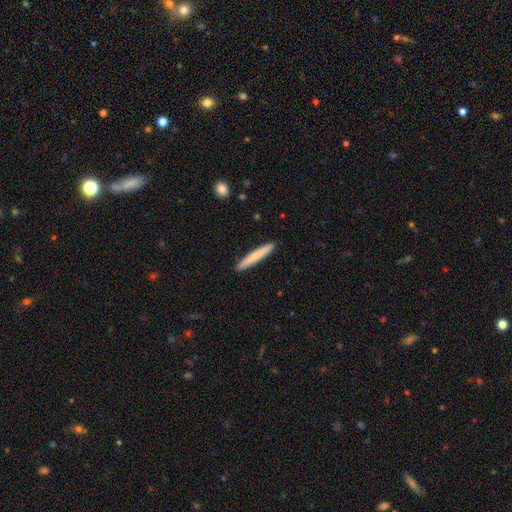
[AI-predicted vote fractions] A smooth galaxy with no disk features (73%) that is cigar-shaped (96%). Merging: none (92%).